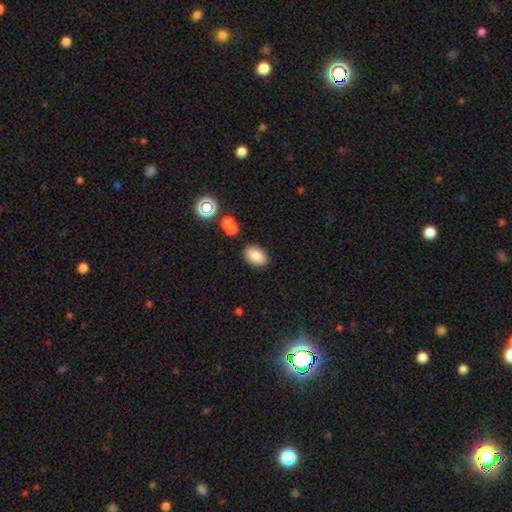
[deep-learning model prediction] This appears to be a smooth galaxy with no disk features (85%) that is in between round and cigar-shaped (87%). Merging: none (83%).